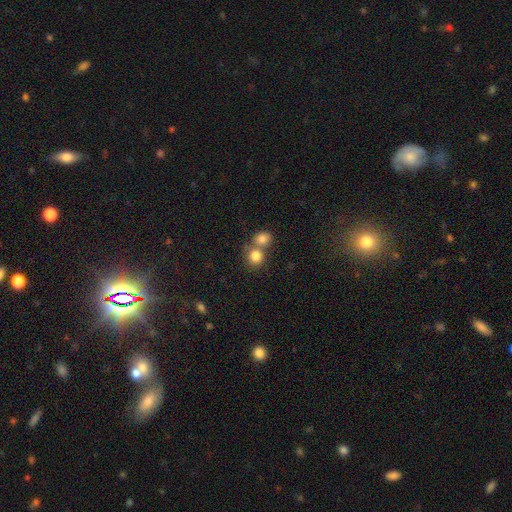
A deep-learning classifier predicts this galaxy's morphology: smooth_or_featured: smooth (p=0.82) [alt: star or artifact p=0.10]
how_rounded: round (p=0.84) [alt: in between p=0.15]
merging: merger (p=0.48) [alt: none p=0.43]